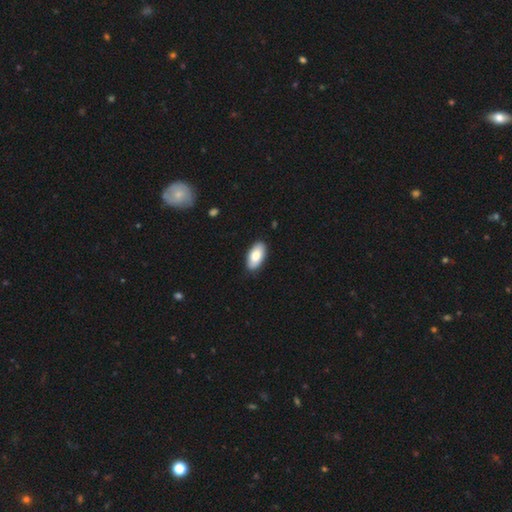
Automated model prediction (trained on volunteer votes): Smooth or featured?
  - smooth: 81% *
  - featured or disk: 13%
  - star or artifact: 6%
How rounded?
  - in between: 94% *
  - cigar-shaped: 3%
  - round: 2%
Merging?
  - none: 87% *
  - minor disturbance: 10%
  - major disturbance: 2%
  - merger: 1%